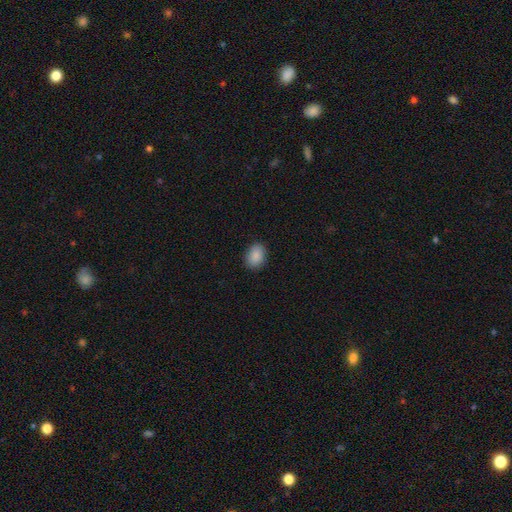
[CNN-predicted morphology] Q: Smooth or featured?
A: smooth (88%); runner-up: star or artifact (8%)
Q: How rounded?
A: in between (73%); runner-up: round (26%)
Q: Merging?
A: none (88%); runner-up: minor disturbance (9%)